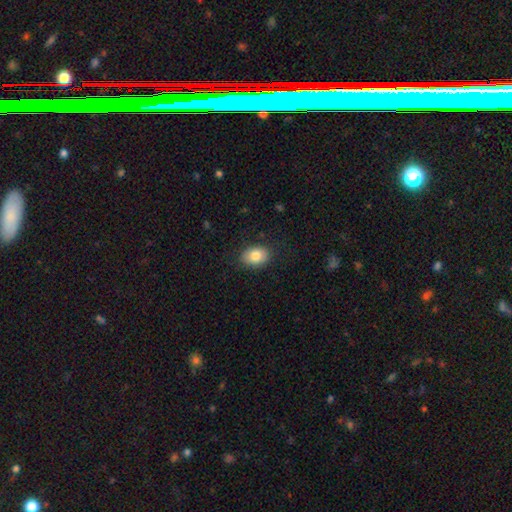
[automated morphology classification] smooth_or_featured: smooth (p=0.83) [alt: featured or disk p=0.09]
how_rounded: in between (p=0.78) [alt: round p=0.21]
merging: none (p=0.84) [alt: minor disturbance p=0.12]